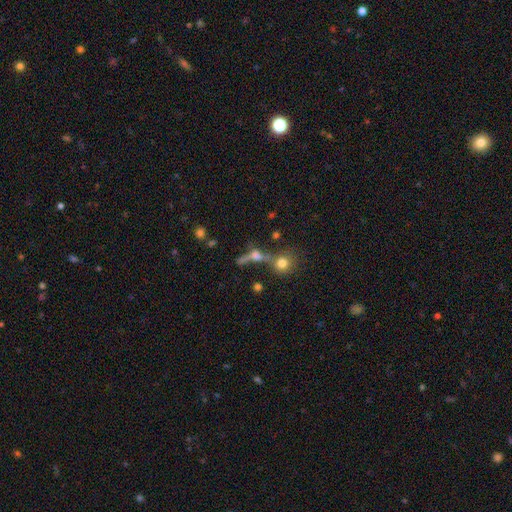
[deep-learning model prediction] smooth_or_featured: smooth (p=0.45) [alt: featured or disk p=0.36]
merging: none (p=0.44) [alt: merger p=0.32]